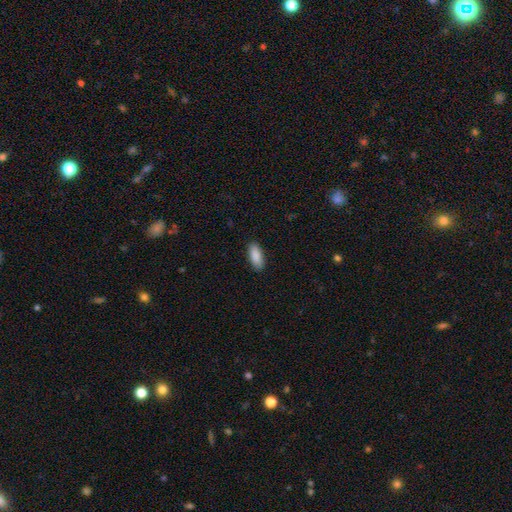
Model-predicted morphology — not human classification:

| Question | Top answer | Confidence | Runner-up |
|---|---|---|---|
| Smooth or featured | smooth | 90% | star or artifact (6%) |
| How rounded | in between | 83% | cigar-shaped (15%) |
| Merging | none | 89% | minor disturbance (8%) |